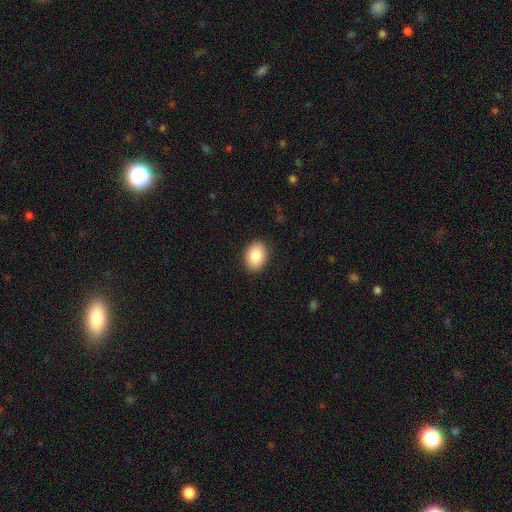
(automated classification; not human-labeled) Smooth or featured? smooth (85%)
How rounded? in between (68%)
Merging? none (89%)